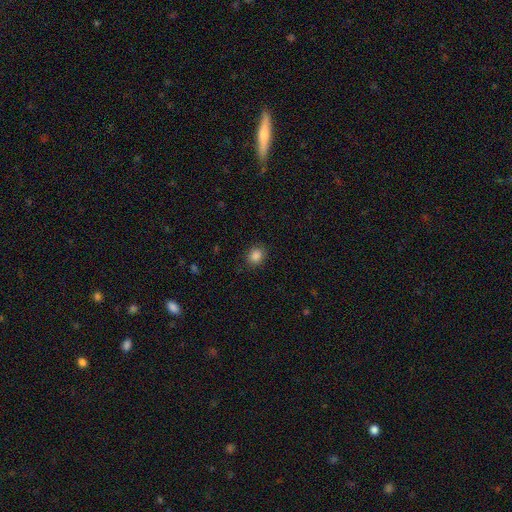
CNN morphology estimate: A smooth galaxy with no disk features (86%) that is round (63%). Merging: none (88%).